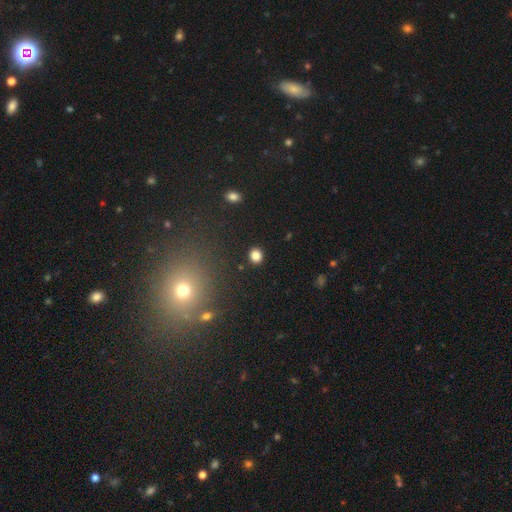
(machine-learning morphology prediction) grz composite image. It shows a smooth galaxy with no disk features (83%) that is round (75%). Merging: none (90%).